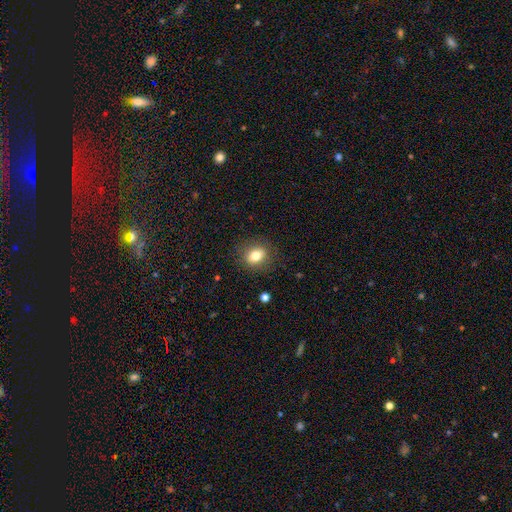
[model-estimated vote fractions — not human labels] Smooth or featured? smooth (78%)
How rounded? in between (52%)
Merging? none (86%)